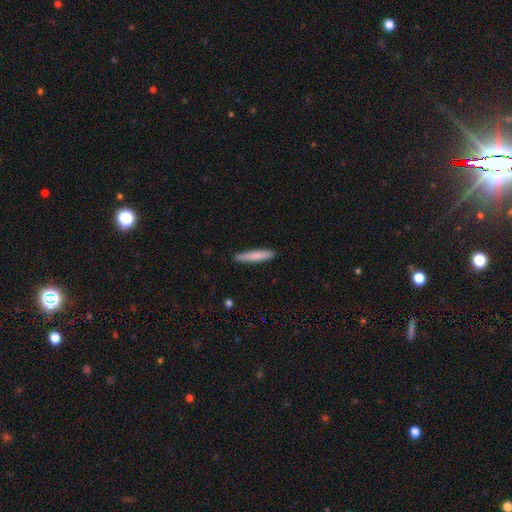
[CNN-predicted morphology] Smooth or featured: smooth — 80% (featured or disk — 14%)
How rounded: cigar-shaped — 92% (in between — 7%)
Merging: none — 90% (minor disturbance — 8%)